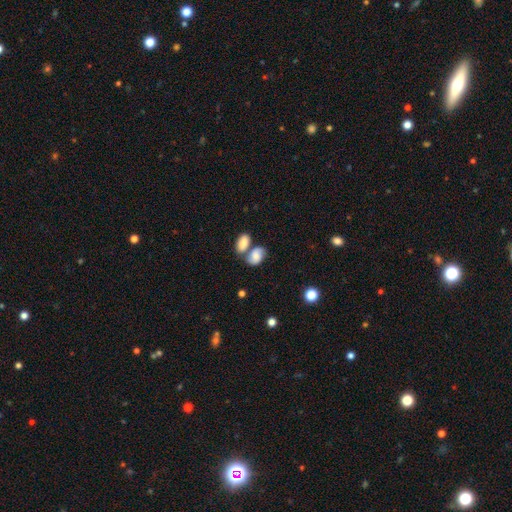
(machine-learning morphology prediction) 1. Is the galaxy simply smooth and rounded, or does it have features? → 64% smooth, 27% featured or disk, 9% star or artifact.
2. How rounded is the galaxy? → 83% in between, 15% round, 2% cigar-shaped.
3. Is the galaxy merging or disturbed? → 46% merger, 35% none, 13% minor disturbance, 5% major disturbance.